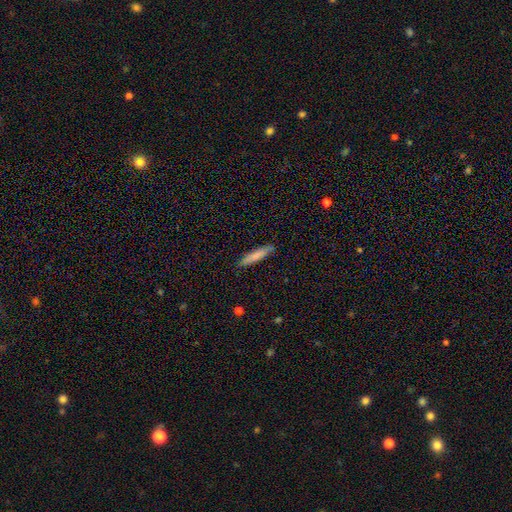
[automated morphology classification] Smooth or featured?
  - smooth: 78% *
  - featured or disk: 16%
  - star or artifact: 6%
How rounded?
  - cigar-shaped: 90% *
  - in between: 8%
  - round: 1%
Merging?
  - none: 88% *
  - minor disturbance: 9%
  - major disturbance: 2%
  - merger: 1%